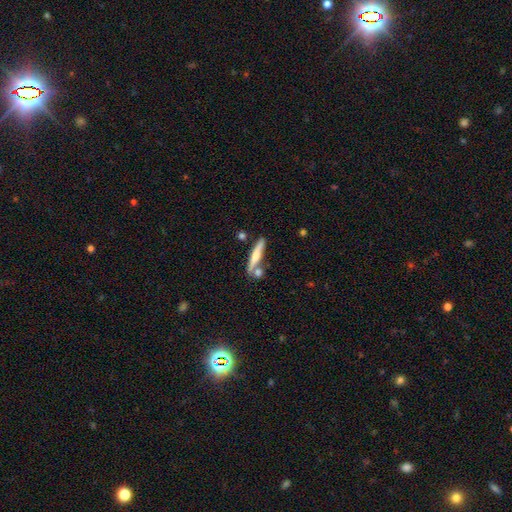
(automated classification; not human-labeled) Overall: smooth (48%; featured or disk 46%). Merging: none (71%).